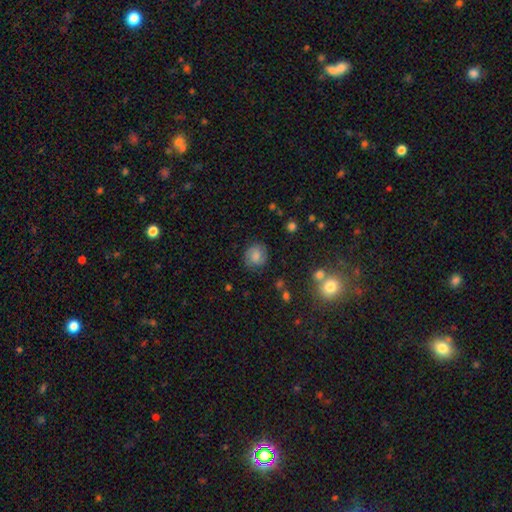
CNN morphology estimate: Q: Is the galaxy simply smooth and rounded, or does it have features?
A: smooth — 57%.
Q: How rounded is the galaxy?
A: round — 80%.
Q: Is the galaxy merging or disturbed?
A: none — 80%.